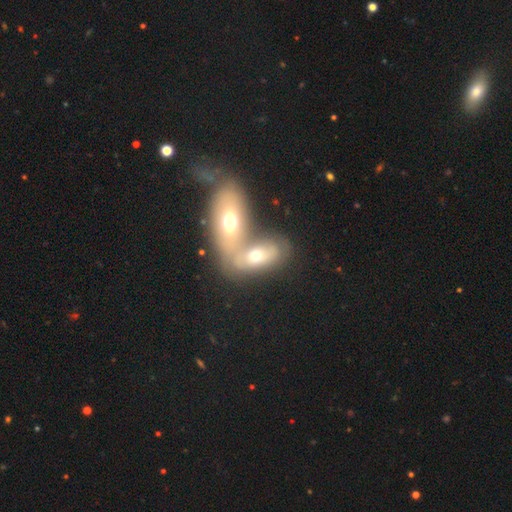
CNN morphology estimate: A smooth galaxy with no disk features (54%) that is in between round and cigar-shaped (85%). Merging: merger (68%).